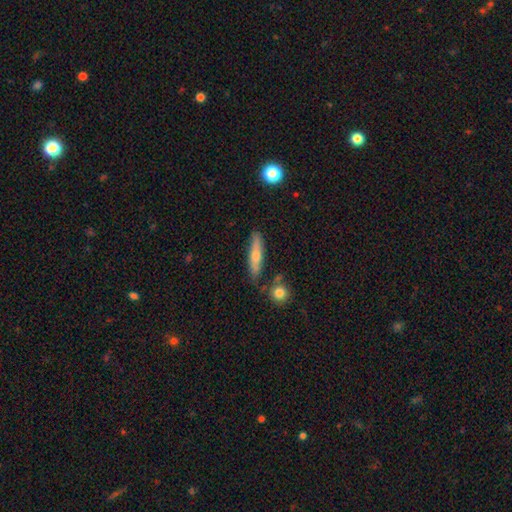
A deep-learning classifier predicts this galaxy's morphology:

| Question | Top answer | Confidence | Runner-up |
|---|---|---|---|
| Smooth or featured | smooth | 63% | featured or disk (31%) |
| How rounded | cigar-shaped | 77% | in between (20%) |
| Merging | none | 77% | minor disturbance (14%) |